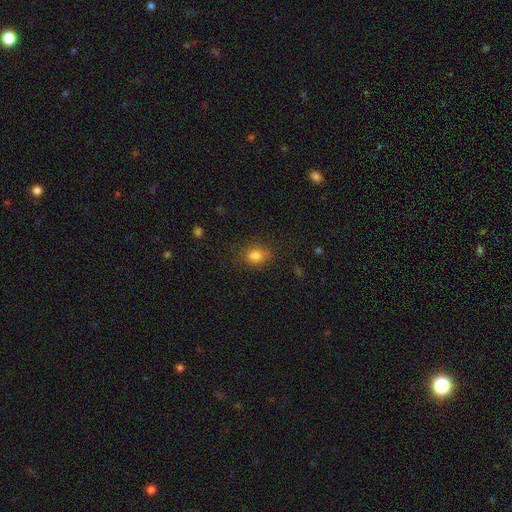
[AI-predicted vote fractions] This is likely a smooth galaxy (78%). How rounded: possibly round (52%). Merging: likely none (75%).